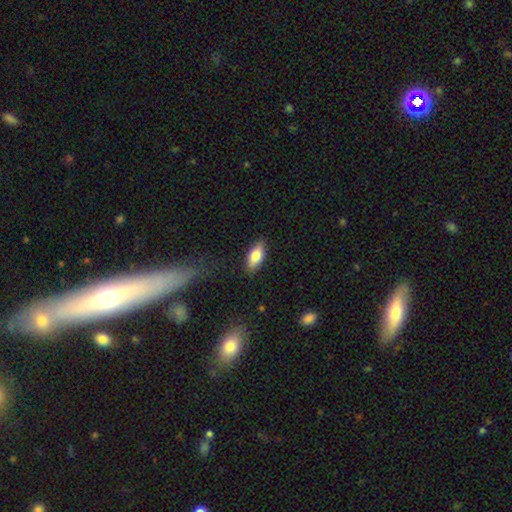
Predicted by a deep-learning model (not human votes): Smooth or featured? smooth (73%)
How rounded? in between (82%)
Merging? none (85%)